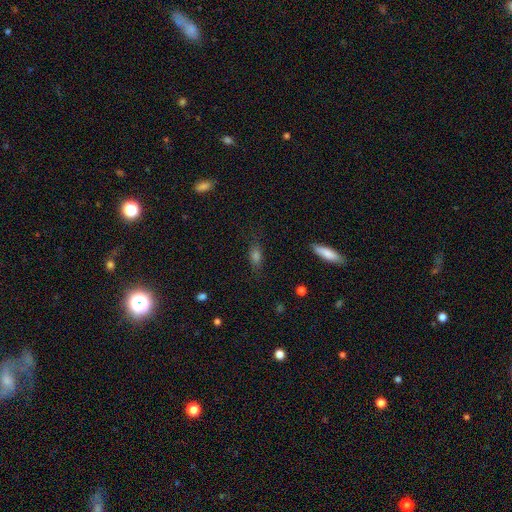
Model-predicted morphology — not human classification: This appears to be a smooth galaxy with no disk features (69%) that is in between round and cigar-shaped (63%). Merging: none (75%).